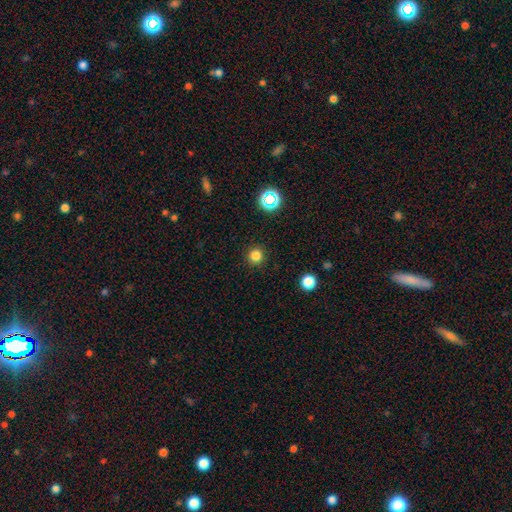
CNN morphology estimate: Smooth or featured?
  - smooth: 80% *
  - star or artifact: 16%
  - featured or disk: 4%
How rounded?
  - round: 96% *
  - in between: 4%
  - cigar-shaped: 1%
Merging?
  - none: 92% *
  - minor disturbance: 5%
  - major disturbance: 2%
  - merger: 1%